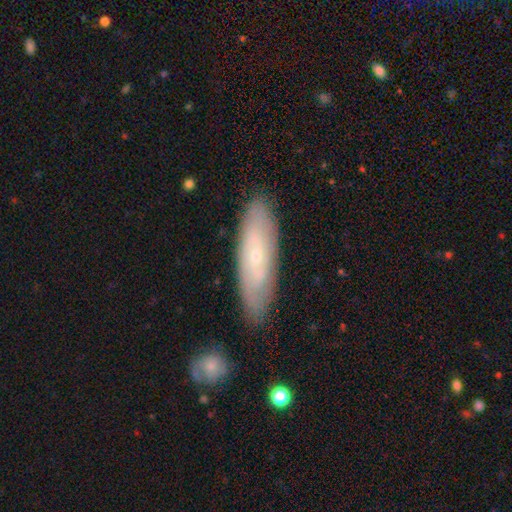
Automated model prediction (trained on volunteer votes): The model was most divided on "smooth or featured": featured or disk: 56%, smooth: 37%, star or artifact: 7%. More confident: merging — none (83%); edge-on disk — no (74%).